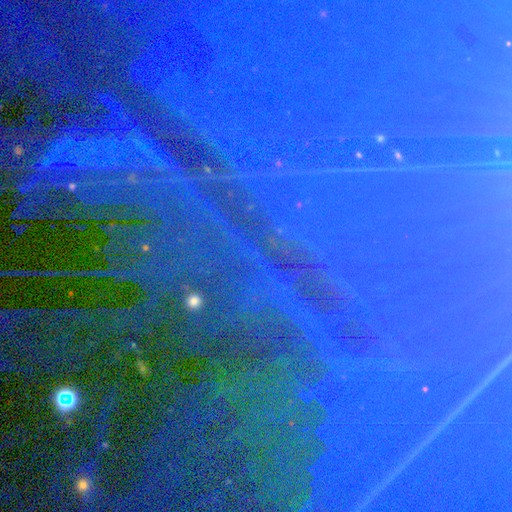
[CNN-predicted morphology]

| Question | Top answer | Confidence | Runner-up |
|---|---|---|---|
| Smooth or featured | star or artifact | 86% | featured or disk (8%) |